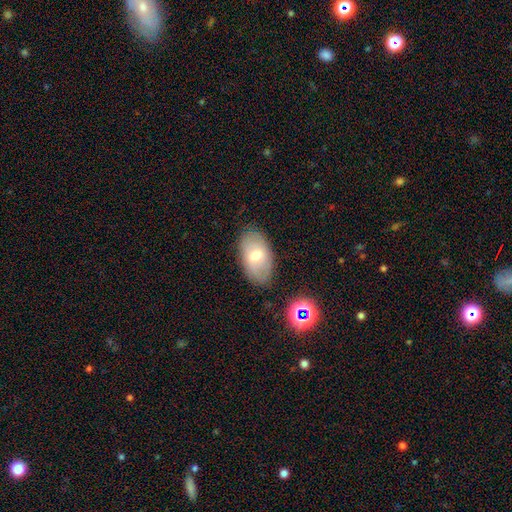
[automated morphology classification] Smooth or featured? smooth (55%)
How rounded? in between (92%)
Merging? none (81%)